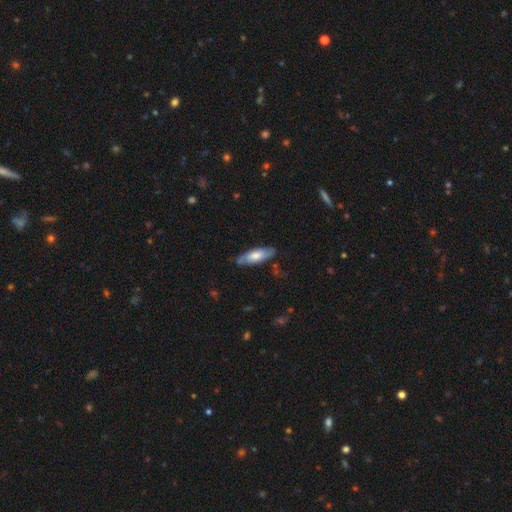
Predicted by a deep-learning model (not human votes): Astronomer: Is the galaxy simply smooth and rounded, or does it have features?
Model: smooth — 57% (runner-up: featured or disk, 37%).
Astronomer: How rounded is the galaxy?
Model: in between — 56% (runner-up: cigar-shaped, 42%).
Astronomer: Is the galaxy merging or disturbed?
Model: none — 75%.